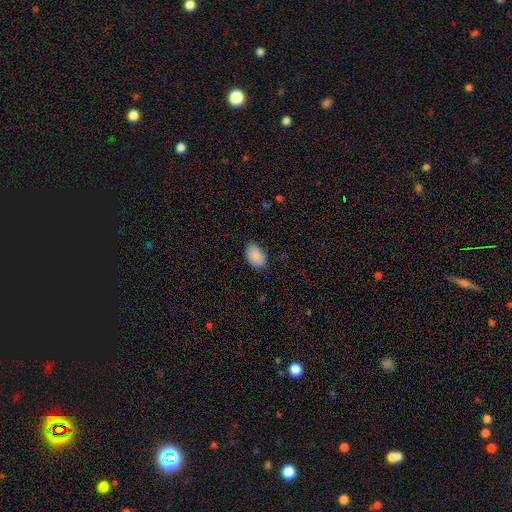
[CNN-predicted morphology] smooth 89%, star or artifact 6%, featured or disk 5%. Down the decision tree: how rounded — in between (91%); merging — none (82%).